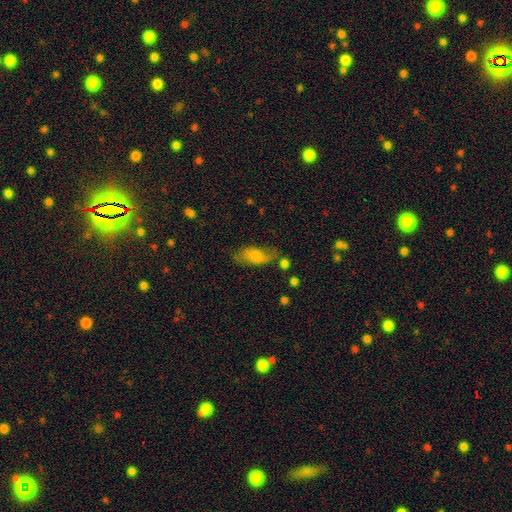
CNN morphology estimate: This appears to be a smooth galaxy with no disk features (69%) that is in between round and cigar-shaped (83%). Merging: none (62%).